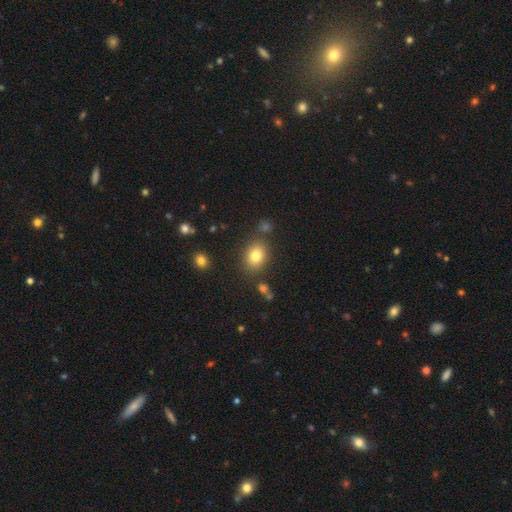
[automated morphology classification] smooth 81%, star or artifact 11%, featured or disk 8%. Down the decision tree: how rounded — in between (56%); merging — none (79%).